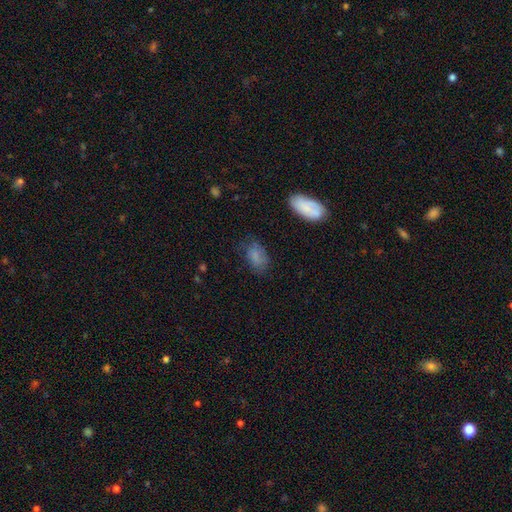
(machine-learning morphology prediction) Smooth or featured? Predicted: smooth (p=0.78). How rounded? Predicted: in between (p=0.87). Merging? Predicted: none (p=0.61).